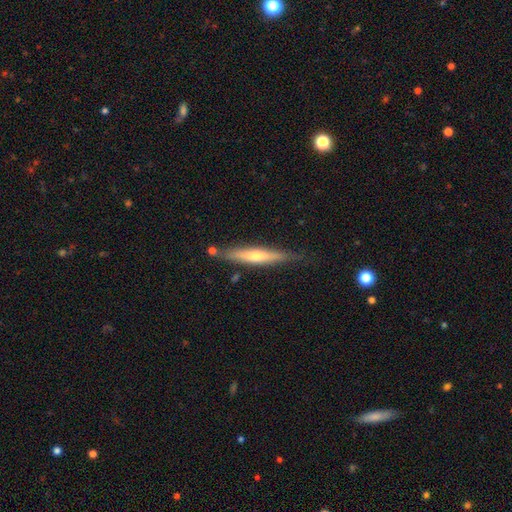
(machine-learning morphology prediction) This appears to be a featured or disk galaxy (55%) viewed edge-on (93%) with a rounded central bulge (72%). Merging: none (79%).